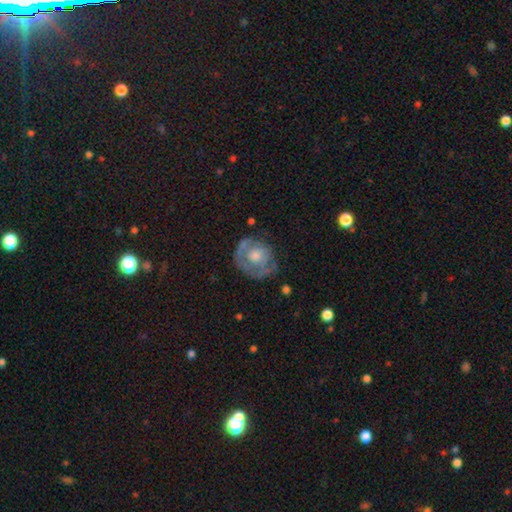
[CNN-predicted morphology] Smooth or featured? featured or disk (60%)
Edge-on disk? no (97%)
Bar? no (86%)
Spiral arms? no (53%)
Bulge size? moderate (57%)
Merging? none (63%)